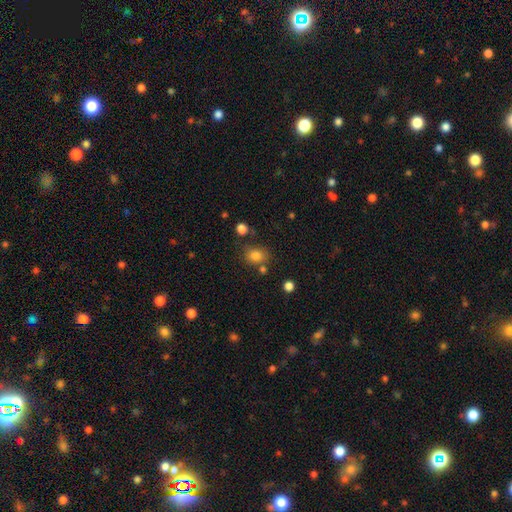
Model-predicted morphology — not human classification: This appears to be a smooth galaxy with no disk features (81%) that is round (59%). Merging: none (71%).